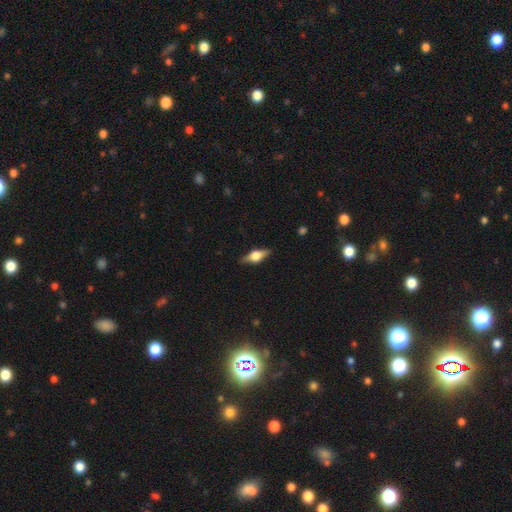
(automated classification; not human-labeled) smooth-or-featured: featured or disk: 65% | smooth: 28% | star or artifact: 7%
  disk-edge-on: yes: 95% | no: 5%
    edge-on-bulge: rounded: 92% | boxy: 7% | none: 1%
  merging: none: 86% | minor disturbance: 10% | major disturbance: 2% | merger: 1%